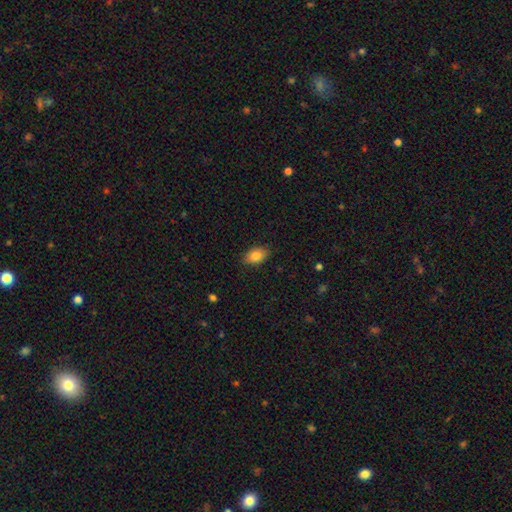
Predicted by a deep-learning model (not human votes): Morphology: type=smooth (85%); roundness=in between (86%); merging=none (85%).